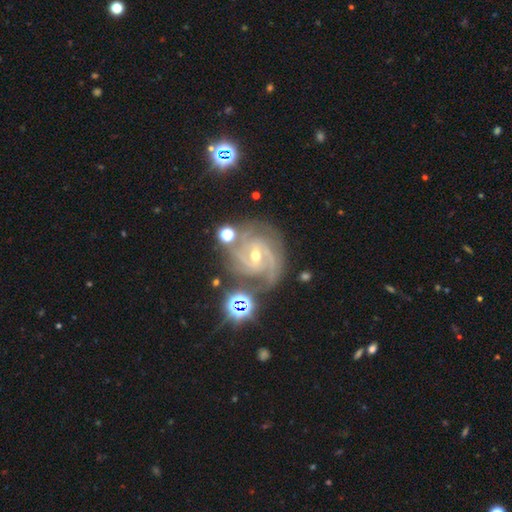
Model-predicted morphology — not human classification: type=featured or disk (88%); edge-on=no (98%); bar=weak (49%); spiral arms=yes (98%); winding=tight (55%); arm count=3 (41%); bulge=moderate (51%); merging=none (69%).